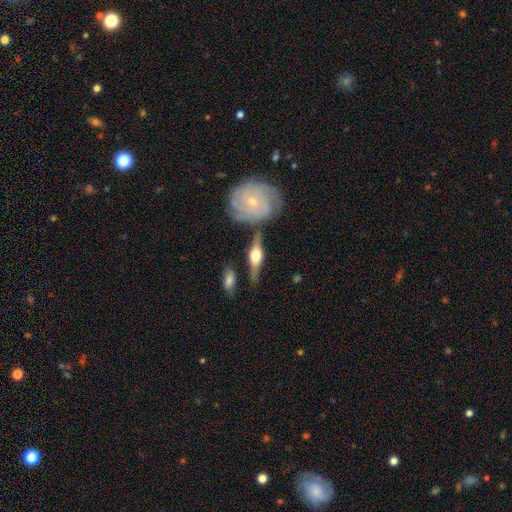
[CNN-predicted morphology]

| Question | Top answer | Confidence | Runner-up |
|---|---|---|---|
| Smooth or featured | featured or disk | 75% | smooth (20%) |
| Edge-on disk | yes | 88% | no (12%) |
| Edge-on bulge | rounded | 94% | boxy (4%) |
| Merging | none | 71% | minor disturbance (16%) |